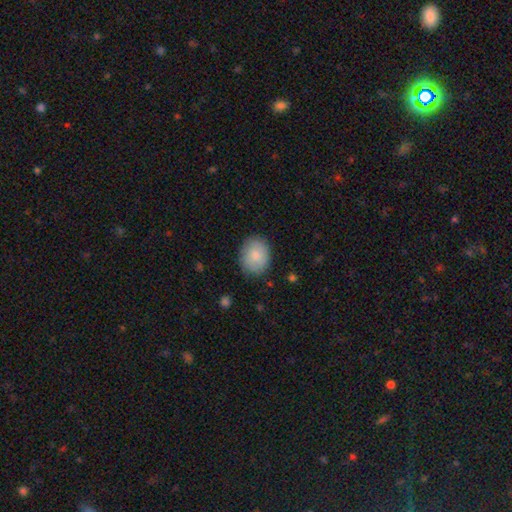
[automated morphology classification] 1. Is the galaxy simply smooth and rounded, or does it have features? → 82% smooth, 11% featured or disk, 6% star or artifact.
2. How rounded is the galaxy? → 53% round, 46% in between, 1% cigar-shaped.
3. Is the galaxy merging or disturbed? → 81% none, 14% minor disturbance, 3% major disturbance, 1% merger.